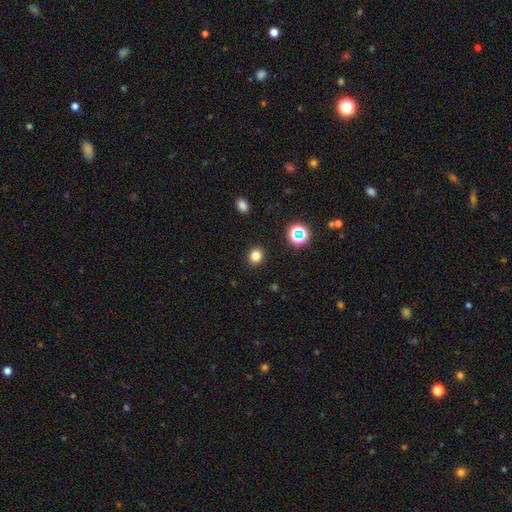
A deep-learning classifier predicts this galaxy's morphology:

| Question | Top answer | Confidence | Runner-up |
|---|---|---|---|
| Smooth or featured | smooth | 79% | star or artifact (16%) |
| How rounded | round | 76% | in between (23%) |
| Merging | none | 91% | minor disturbance (6%) |